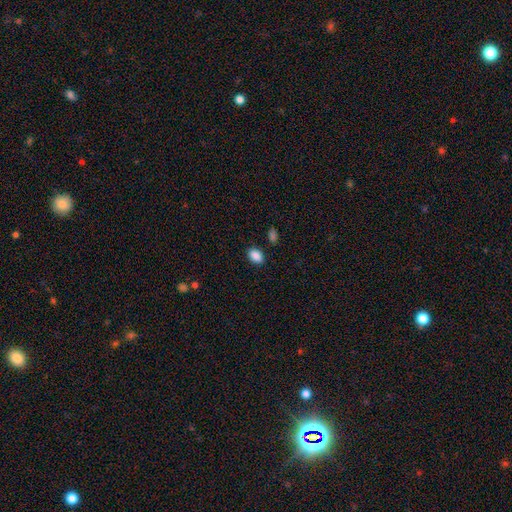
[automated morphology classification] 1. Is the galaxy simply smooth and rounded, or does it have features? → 88% smooth, 8% star or artifact, 3% featured or disk.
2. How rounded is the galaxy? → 83% in between, 15% round, 1% cigar-shaped.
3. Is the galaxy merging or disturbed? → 86% none, 9% minor disturbance, 3% merger, 2% major disturbance.